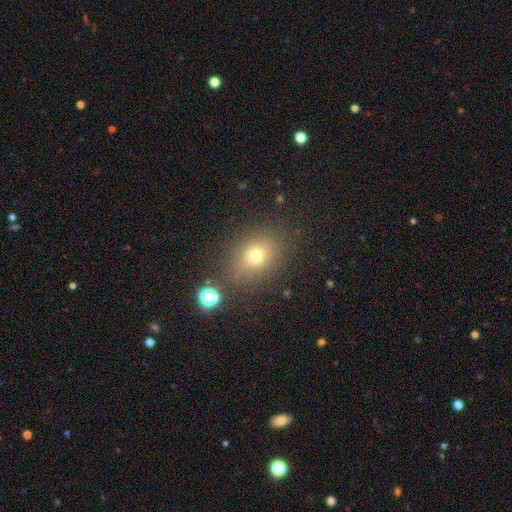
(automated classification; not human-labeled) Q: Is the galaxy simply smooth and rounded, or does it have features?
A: smooth — 70%.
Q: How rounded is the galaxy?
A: round — 53%.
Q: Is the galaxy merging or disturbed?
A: none — 80%.